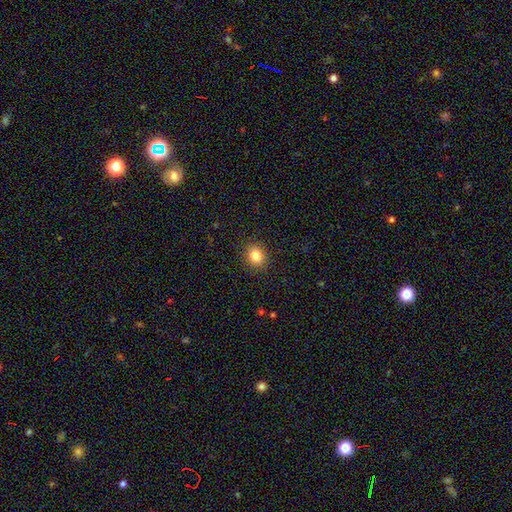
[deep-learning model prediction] smooth 83%, star or artifact 10%, featured or disk 6%. Down the decision tree: how rounded — round (63%); merging — none (90%).